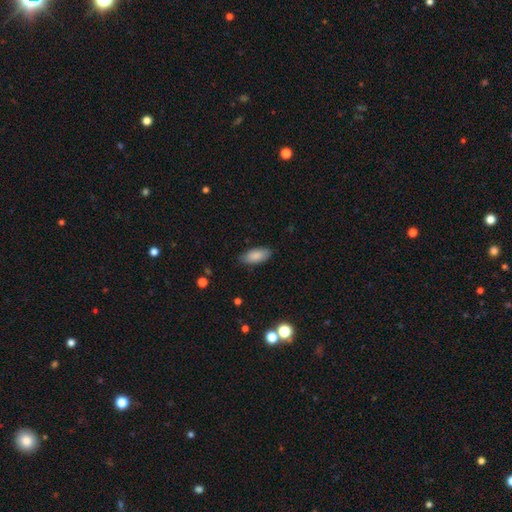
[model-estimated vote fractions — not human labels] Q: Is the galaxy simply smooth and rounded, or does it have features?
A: smooth — 87%.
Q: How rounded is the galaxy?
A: in between — 89%.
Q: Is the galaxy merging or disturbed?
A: none — 83%.